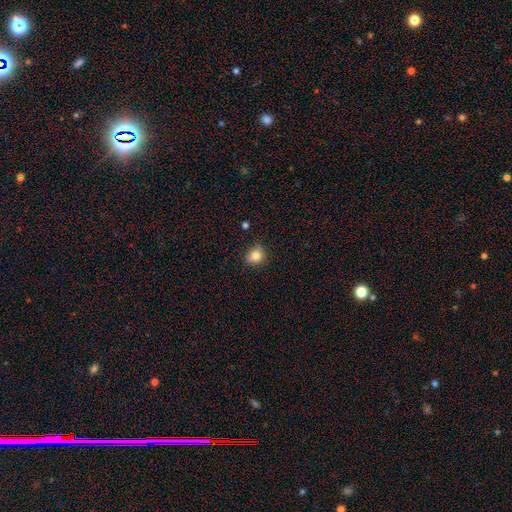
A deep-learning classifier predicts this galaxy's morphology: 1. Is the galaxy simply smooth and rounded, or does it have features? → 82% smooth, 11% star or artifact, 6% featured or disk.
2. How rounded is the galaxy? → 77% round, 22% in between, 1% cigar-shaped.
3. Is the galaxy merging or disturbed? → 78% none, 17% minor disturbance, 3% major disturbance, 2% merger.